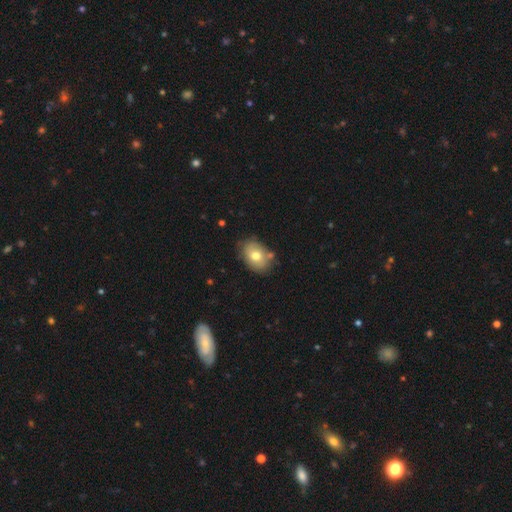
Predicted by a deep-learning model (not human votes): smooth-or-featured: smooth: 70% | featured or disk: 21% | star or artifact: 8%
  how-rounded: in between: 75% | round: 24% | cigar-shaped: 1%
  merging: none: 74% | minor disturbance: 17% | merger: 6% | major disturbance: 4%